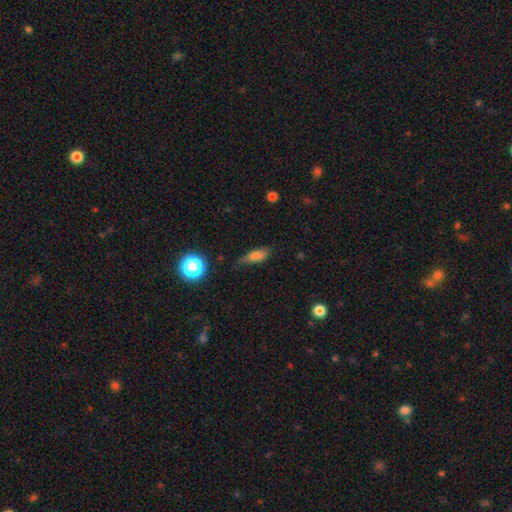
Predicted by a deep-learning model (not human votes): Q: Smooth or featured?
A: smooth (74%); runner-up: featured or disk (15%)
Q: How rounded?
A: in between (61%); runner-up: cigar-shaped (33%)
Q: Merging?
A: none (62%); runner-up: minor disturbance (29%)